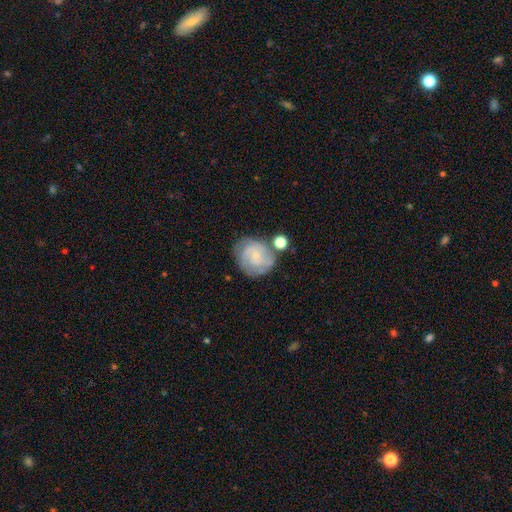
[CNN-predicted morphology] type=featured or disk (66%); edge-on=no (98%); bar=no (72%); spiral arms=yes (87%); winding=tight (57%); arm count=2 (34%); bulge=small (77%); merging=none (62%).